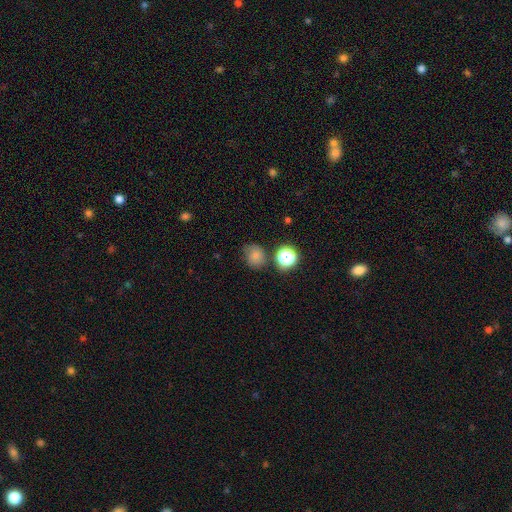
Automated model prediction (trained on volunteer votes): smooth 73%, star or artifact 18%, featured or disk 10%. Down the decision tree: how rounded — round (73%); merging — none (65%).